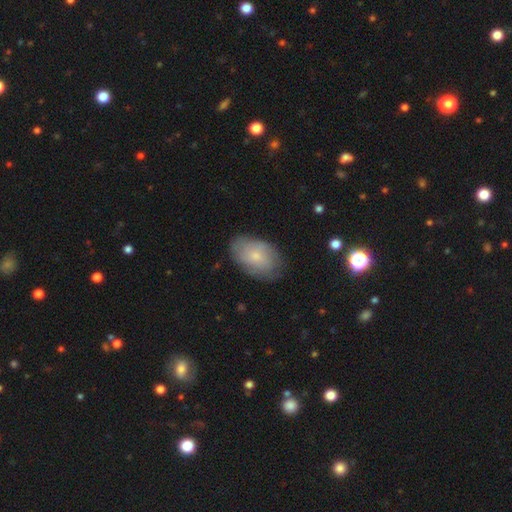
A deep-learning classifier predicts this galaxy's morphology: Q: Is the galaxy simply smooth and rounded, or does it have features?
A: smooth — 66%.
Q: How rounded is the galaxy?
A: in between — 90%.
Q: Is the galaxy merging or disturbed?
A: none — 75%.